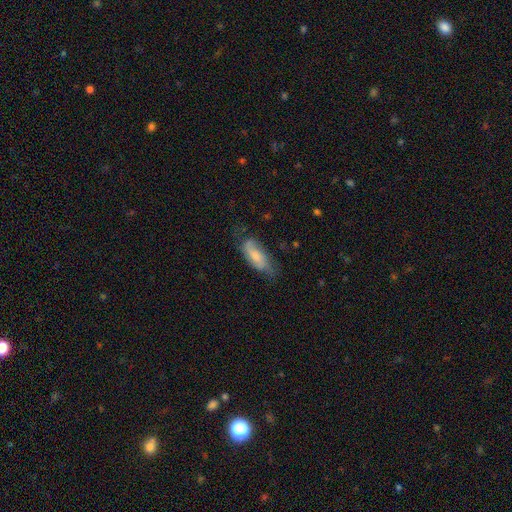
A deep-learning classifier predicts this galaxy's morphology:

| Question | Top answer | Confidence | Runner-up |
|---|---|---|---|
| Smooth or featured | smooth | 57% | featured or disk (36%) |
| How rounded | in between | 77% | cigar-shaped (21%) |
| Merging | none | 52% | minor disturbance (33%) |